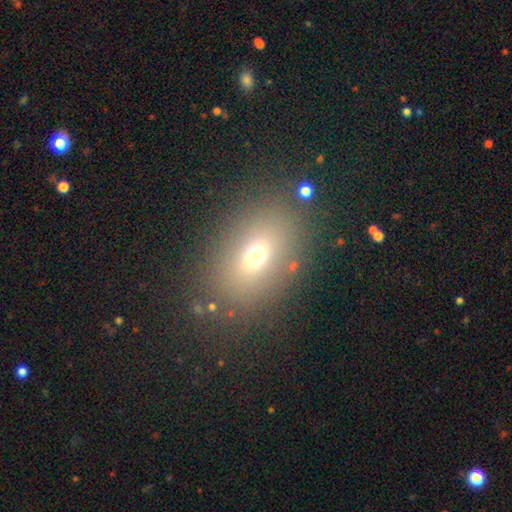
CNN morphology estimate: This is likely a smooth galaxy (68%). How rounded: likely in between (77%). Merging: clearly none (83%).